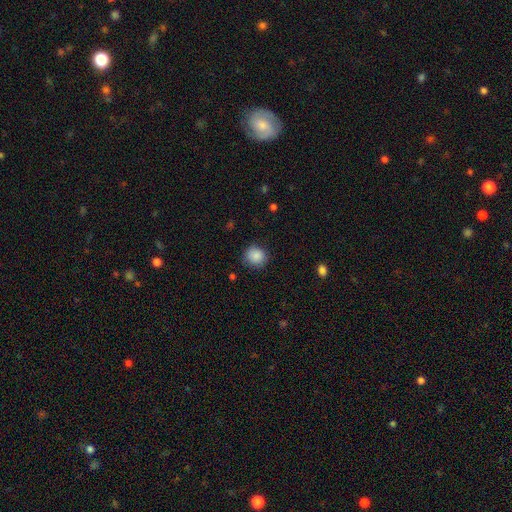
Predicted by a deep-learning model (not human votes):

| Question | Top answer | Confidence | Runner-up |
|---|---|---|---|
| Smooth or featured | smooth | 87% | star or artifact (9%) |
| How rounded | round | 85% | in between (14%) |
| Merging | none | 82% | minor disturbance (14%) |